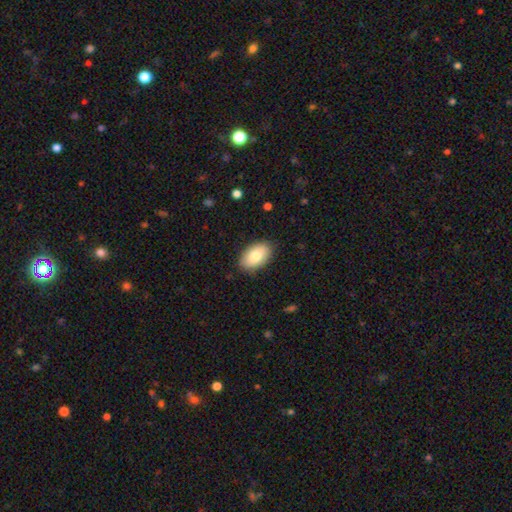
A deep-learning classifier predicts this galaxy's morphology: Q: Smooth or featured?
A: smooth (81%); runner-up: featured or disk (13%)
Q: How rounded?
A: in between (93%); runner-up: round (6%)
Q: Merging?
A: none (86%); runner-up: minor disturbance (11%)